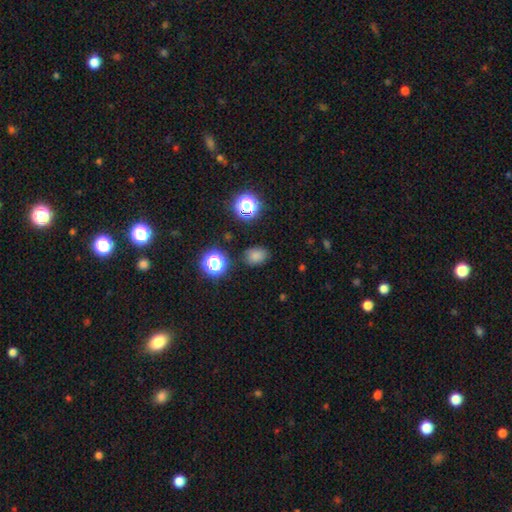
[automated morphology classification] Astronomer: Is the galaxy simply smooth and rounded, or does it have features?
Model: smooth — 77%.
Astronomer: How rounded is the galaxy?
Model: in between — 57% (runner-up: round, 42%).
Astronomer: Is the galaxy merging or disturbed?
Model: none — 80%.